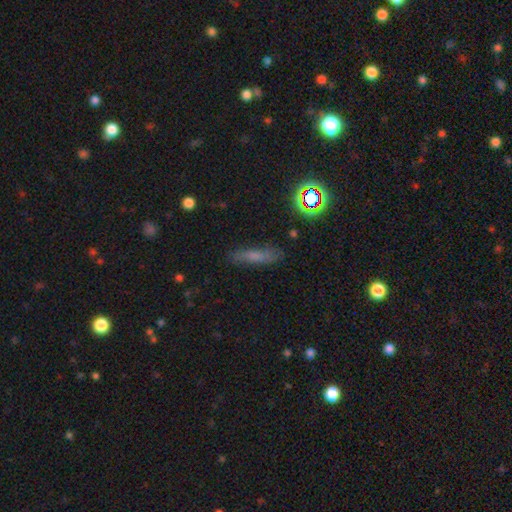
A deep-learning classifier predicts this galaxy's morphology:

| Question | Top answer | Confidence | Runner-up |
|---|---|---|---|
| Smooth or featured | smooth | 59% | featured or disk (23%) |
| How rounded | cigar-shaped | 73% | in between (22%) |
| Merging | none | 79% | minor disturbance (15%) |